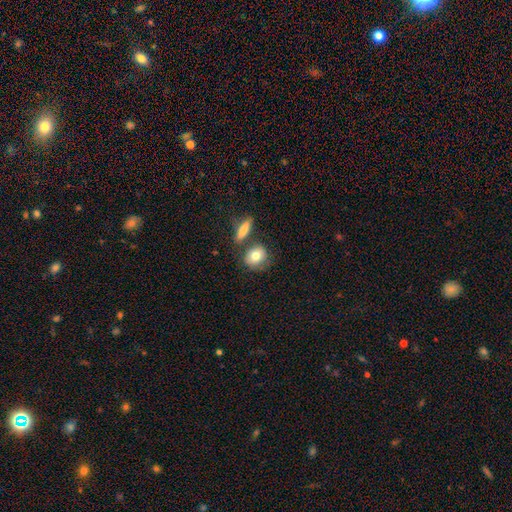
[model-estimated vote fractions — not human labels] Smooth or featured?
  - smooth: 79% *
  - featured or disk: 13%
  - star or artifact: 7%
How rounded?
  - round: 58% *
  - in between: 39%
  - cigar-shaped: 3%
Merging?
  - none: 62% *
  - merger: 20%
  - minor disturbance: 14%
  - major disturbance: 4%